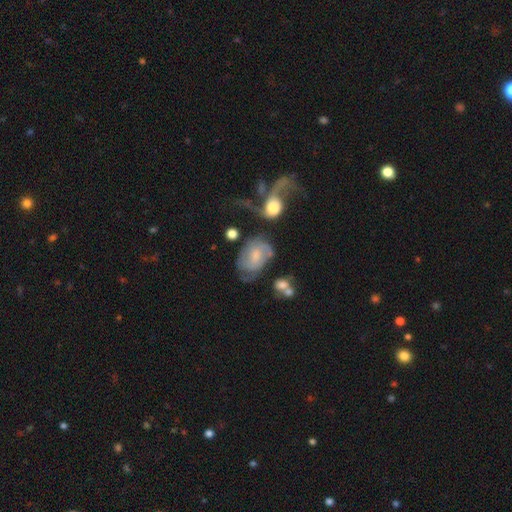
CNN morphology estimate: Smooth or featured?
  - featured or disk: 65% *
  - smooth: 26%
  - star or artifact: 8%
Edge-on disk?
  - no: 96% *
  - yes: 4%
Bar?
  - no: 52% *
  - weak: 41%
  - strong: 7%
Spiral arms?
  - yes: 84% *
  - no: 16%
Spiral winding?
  - medium: 41% *
  - tight: 35%
  - loose: 24%
Spiral arm count?
  - 2: 53% *
  - can't tell: 26%
  - 3: 9%
  - 1: 6%
  - 4: 3%
  - more than 4: 3%
Bulge size?
  - small: 44% *
  - moderate: 34%
  - none: 15%
  - large: 5%
  - dominant: 2%
Merging?
  - none: 51% *
  - minor disturbance: 22%
  - major disturbance: 17%
  - merger: 10%